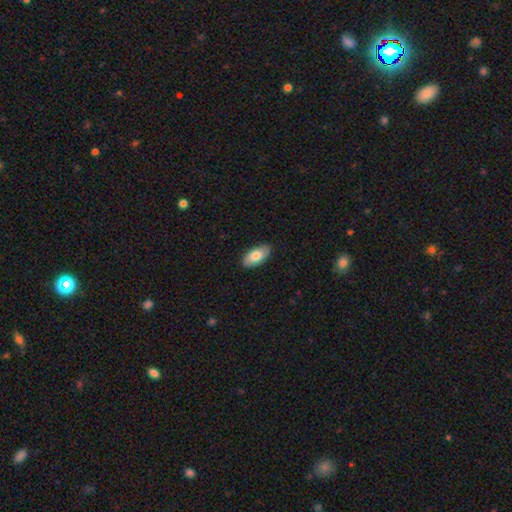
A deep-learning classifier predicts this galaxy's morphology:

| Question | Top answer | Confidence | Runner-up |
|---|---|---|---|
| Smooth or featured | smooth | 77% | featured or disk (17%) |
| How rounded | in between | 93% | cigar-shaped (4%) |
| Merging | none | 87% | minor disturbance (10%) |